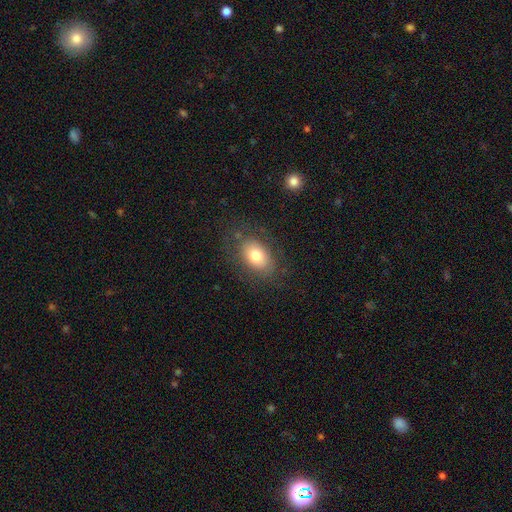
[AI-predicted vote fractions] Overall: smooth (72%). How rounded: in between (83%). Merging: none (75%).